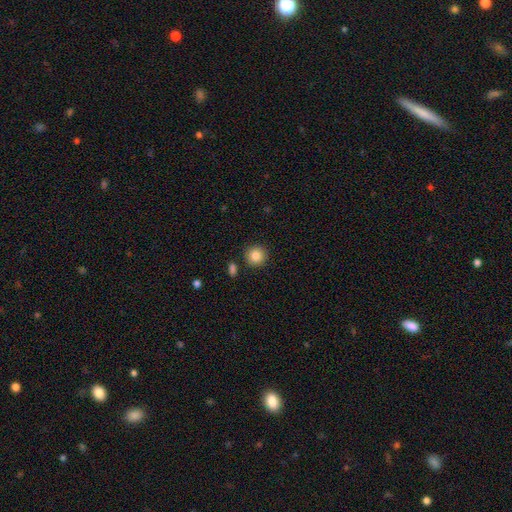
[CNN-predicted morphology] This appears to be a smooth galaxy with no disk features (85%) that is round (93%). Merging: none (88%).